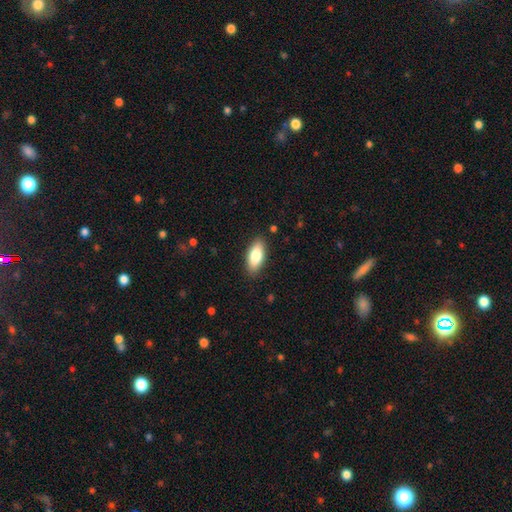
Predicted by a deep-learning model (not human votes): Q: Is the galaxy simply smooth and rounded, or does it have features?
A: smooth — 82%.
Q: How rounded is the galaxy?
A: in between — 86%.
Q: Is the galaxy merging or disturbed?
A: none — 87%.